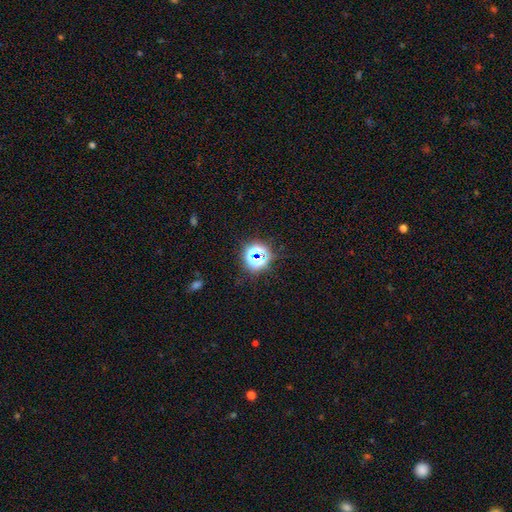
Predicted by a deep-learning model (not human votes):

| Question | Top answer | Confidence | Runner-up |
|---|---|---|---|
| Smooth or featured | star or artifact | 66% | smooth (24%) |